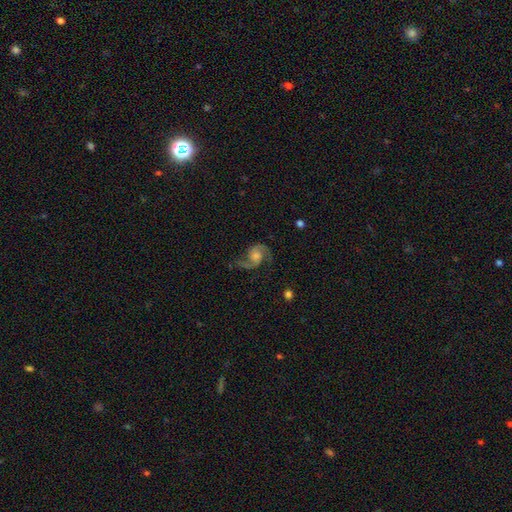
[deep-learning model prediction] The model was most divided on "spiral winding": medium: 49%, loose: 39%, tight: 12%. Remaining: edge-on disk — no (98%); spiral arms — yes (97%); spiral arm count — 2 (93%); smooth or featured — featured or disk (88%); merging — none (75%); bar — no (65%); bulge size — moderate (44%).